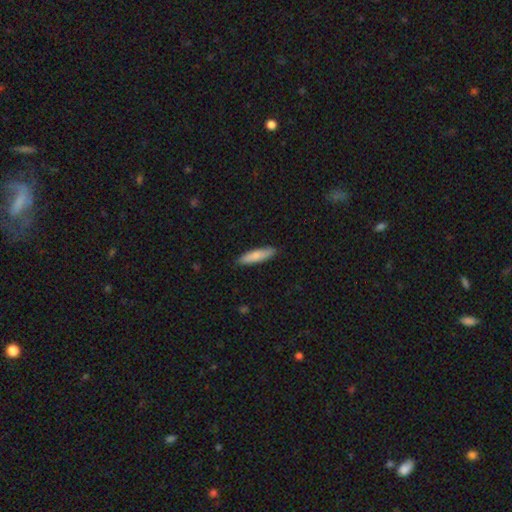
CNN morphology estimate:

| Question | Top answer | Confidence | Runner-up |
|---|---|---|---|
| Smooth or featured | smooth | 79% | featured or disk (15%) |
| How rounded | cigar-shaped | 73% | in between (25%) |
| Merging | none | 89% | minor disturbance (9%) |